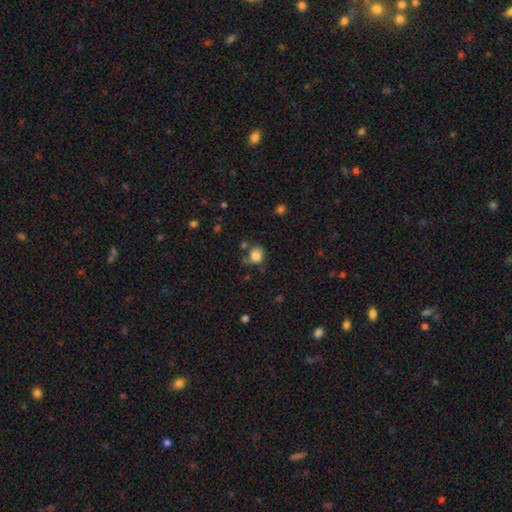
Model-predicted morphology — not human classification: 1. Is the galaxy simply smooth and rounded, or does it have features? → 83% smooth, 10% star or artifact, 7% featured or disk.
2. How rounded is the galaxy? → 72% round, 27% in between, 1% cigar-shaped.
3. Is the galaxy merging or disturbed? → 59% none, 24% minor disturbance, 9% major disturbance, 8% merger.